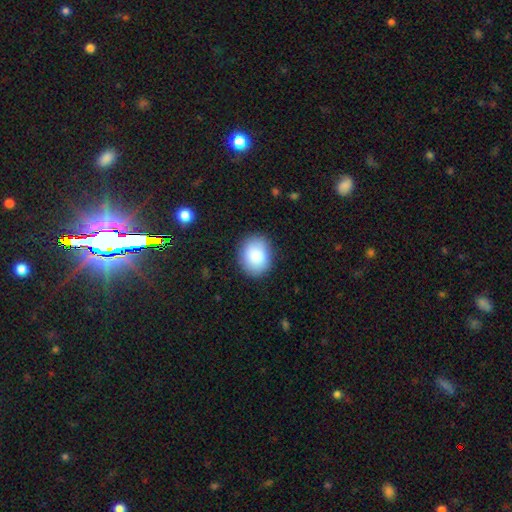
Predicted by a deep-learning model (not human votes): Overall: smooth (87%). How rounded: round (57%; in between 43%). Merging: none (87%).